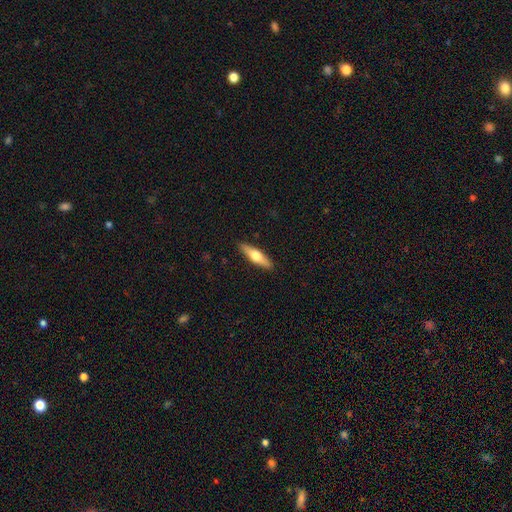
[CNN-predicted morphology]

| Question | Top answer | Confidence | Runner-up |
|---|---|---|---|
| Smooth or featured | smooth | 48% | featured or disk (47%) |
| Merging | none | 90% | minor disturbance (7%) |